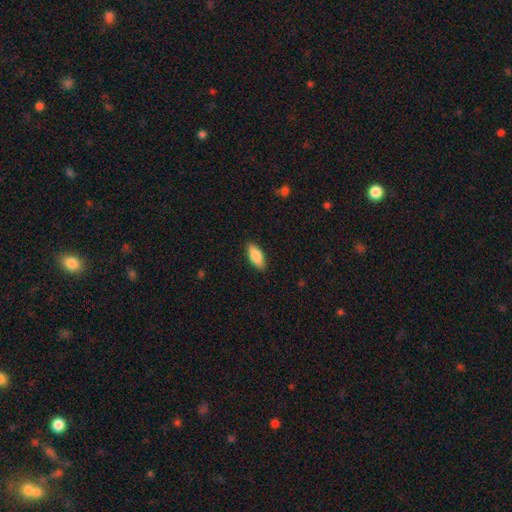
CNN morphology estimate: A smooth galaxy with no disk features (83%) that is in between round and cigar-shaped (77%).

Vote fractions:
- Smooth or featured? smooth: 83% / featured or disk: 11% / star or artifact: 6%
- How rounded? in between: 77% / cigar-shaped: 21% / round: 2%
- Merging? none: 88% / minor disturbance: 9% / major disturbance: 2% / merger: 1%